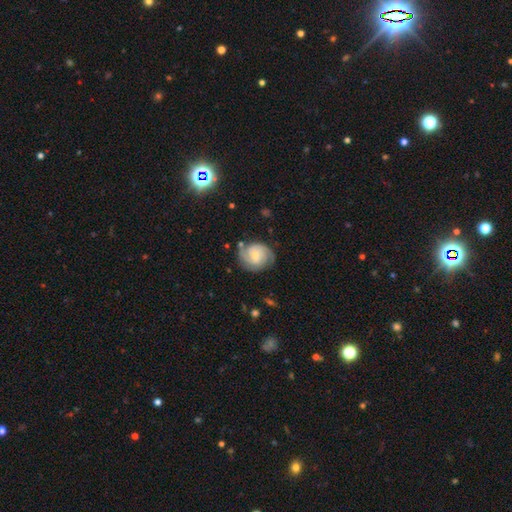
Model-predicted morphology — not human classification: featured or disk 79%, smooth 15%, star or artifact 6%. Down the decision tree: edge-on disk — no (98%); bar — no (54%); spiral arms — yes (96%); spiral arm count — 2 (59%); spiral winding — tight (51%); bulge size — small (62%); merging — none (74%).